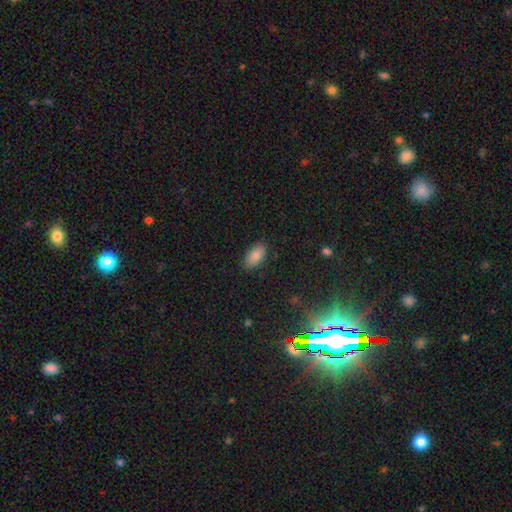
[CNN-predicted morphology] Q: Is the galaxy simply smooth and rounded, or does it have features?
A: smooth — 86%.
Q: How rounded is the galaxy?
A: in between — 94%.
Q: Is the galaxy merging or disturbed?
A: none — 85%.